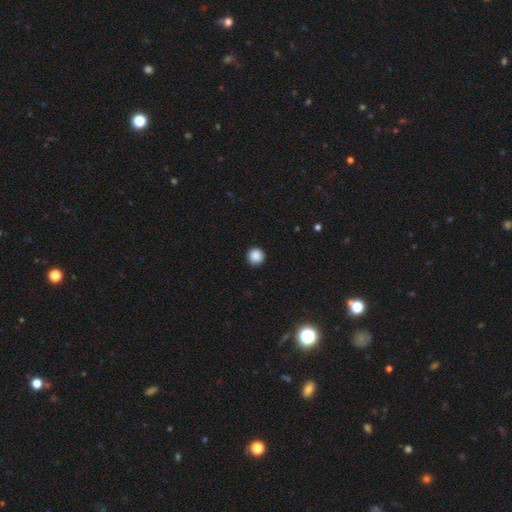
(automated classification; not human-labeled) Smooth or featured? Predicted: smooth (p=0.88). How rounded? Predicted: round (p=0.96). Merging? Predicted: none (p=0.92).